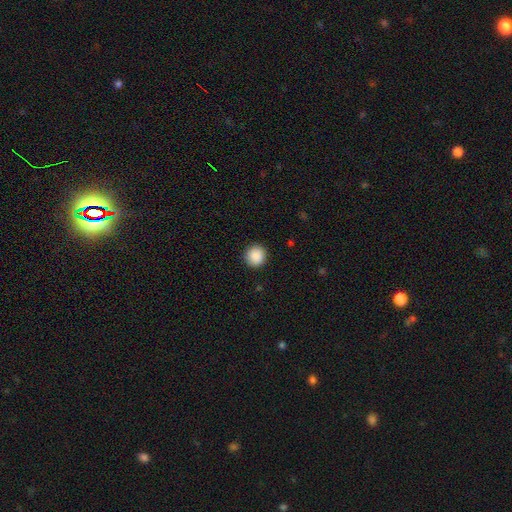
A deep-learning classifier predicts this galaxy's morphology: Smooth or featured?
  - smooth: 89% *
  - star or artifact: 8%
  - featured or disk: 3%
How rounded?
  - round: 93% *
  - in between: 6%
  - cigar-shaped: 1%
Merging?
  - none: 92% *
  - minor disturbance: 6%
  - major disturbance: 2%
  - merger: 1%